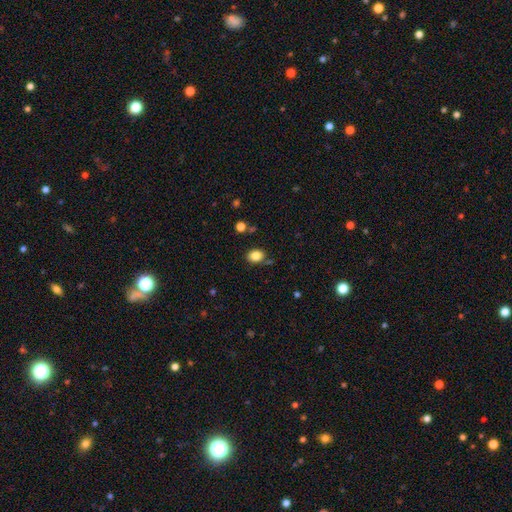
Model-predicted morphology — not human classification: smooth 84%, star or artifact 11%, featured or disk 6%. Down the decision tree: how rounded — in between (58%); merging — none (79%).